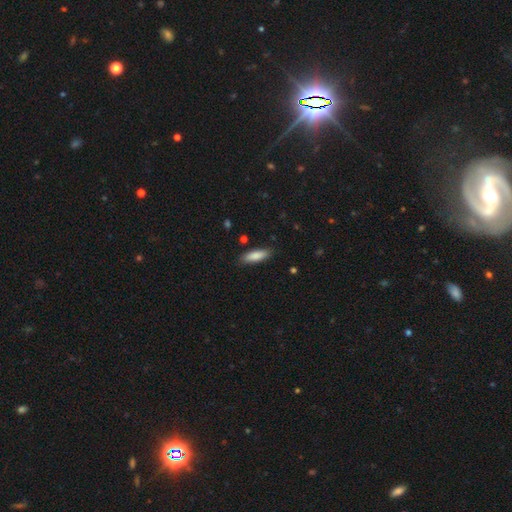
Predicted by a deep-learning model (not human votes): This is clearly a smooth galaxy (85%). How rounded: possibly cigar-shaped (52%). Merging: clearly none (86%).